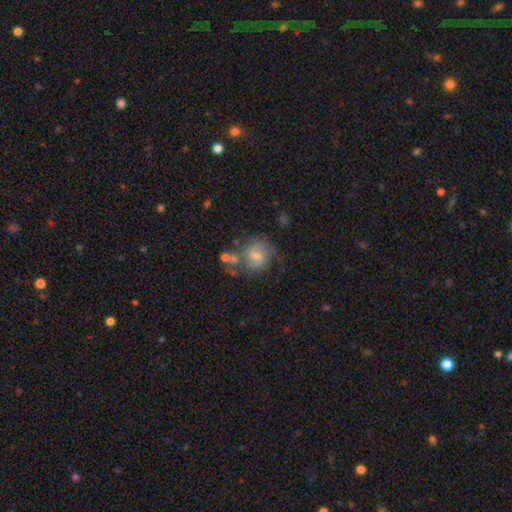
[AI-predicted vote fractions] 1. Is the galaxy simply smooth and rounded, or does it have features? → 57% featured or disk, 27% smooth, 17% star or artifact.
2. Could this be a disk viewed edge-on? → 97% no, 3% yes.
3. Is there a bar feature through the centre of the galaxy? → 48% no, 42% weak, 9% strong.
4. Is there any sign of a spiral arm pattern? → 84% yes, 16% no.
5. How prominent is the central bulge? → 51% moderate, 35% small, 7% large, 6% none, 2% dominant.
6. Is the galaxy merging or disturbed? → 60% none, 19% minor disturbance, 11% major disturbance, 10% merger.